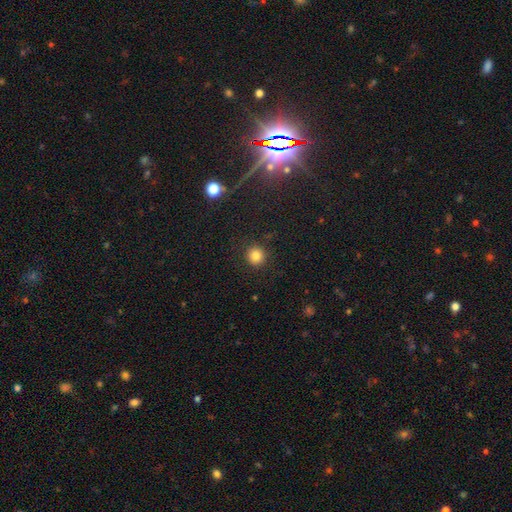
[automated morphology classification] Smooth or featured? smooth (82%)
How rounded? round (93%)
Merging? none (90%)